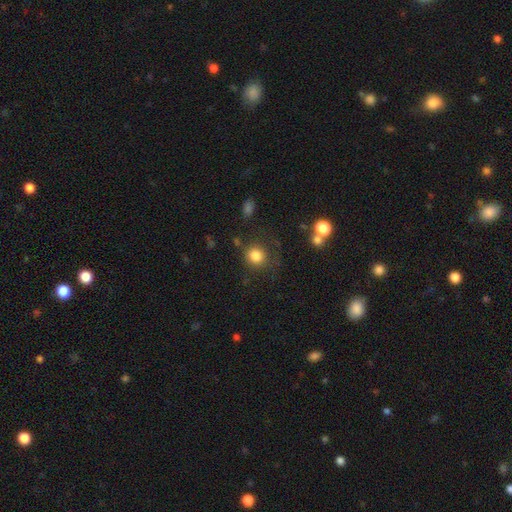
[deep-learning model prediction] Smooth or featured? smooth (83%)
How rounded? round (87%)
Merging? none (74%)